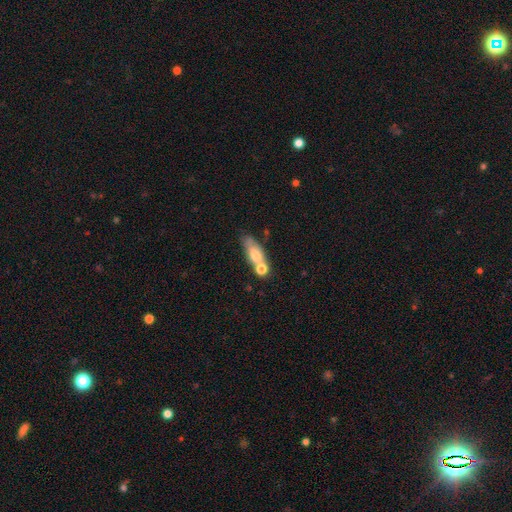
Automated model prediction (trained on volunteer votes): Smooth or featured? Predicted: smooth (p=0.63). How rounded? Predicted: in between (p=0.61). Merging? Predicted: none (p=0.41).